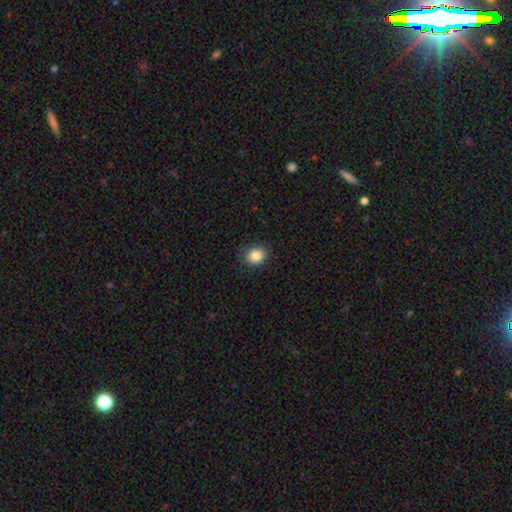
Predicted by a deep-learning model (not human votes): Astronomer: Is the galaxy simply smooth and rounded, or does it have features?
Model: smooth — 87%.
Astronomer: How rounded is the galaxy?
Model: round — 76%.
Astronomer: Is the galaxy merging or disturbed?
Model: none — 86%.